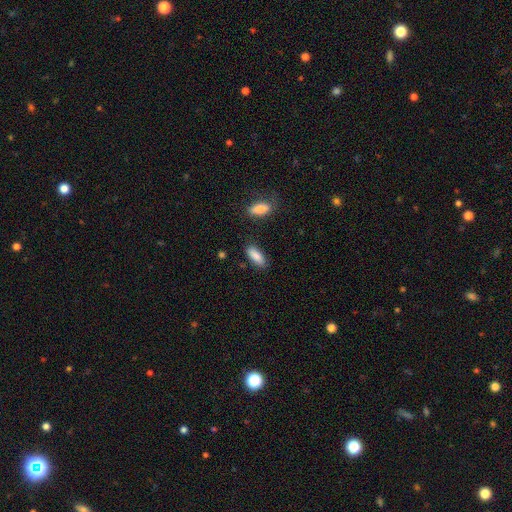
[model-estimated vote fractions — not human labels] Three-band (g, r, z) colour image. It shows a smooth galaxy with no disk features (87%) that is in between round and cigar-shaped (74%). Merging: none (80%).